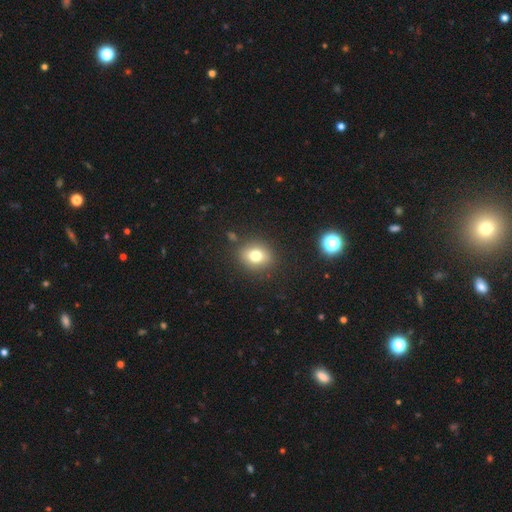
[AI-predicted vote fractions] smooth-or-featured: smooth: 77% | star or artifact: 13% | featured or disk: 11%
  how-rounded: round: 63% | in between: 36% | cigar-shaped: 1%
  merging: none: 85% | minor disturbance: 9% | major disturbance: 3% | merger: 3%